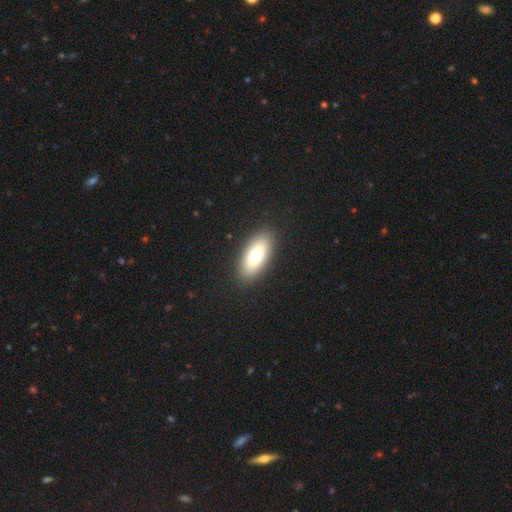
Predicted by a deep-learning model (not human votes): Smooth or featured?
  - smooth: 76% *
  - featured or disk: 17%
  - star or artifact: 7%
How rounded?
  - in between: 86% *
  - cigar-shaped: 11%
  - round: 3%
Merging?
  - none: 89% *
  - minor disturbance: 7%
  - major disturbance: 2%
  - merger: 1%